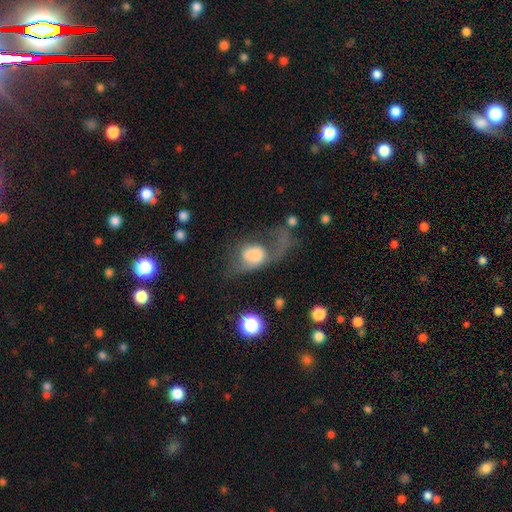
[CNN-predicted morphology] Smooth or featured? Predicted: smooth (p=0.56). How rounded? Predicted: in between (p=0.70). Merging? Predicted: major disturbance (p=0.59).